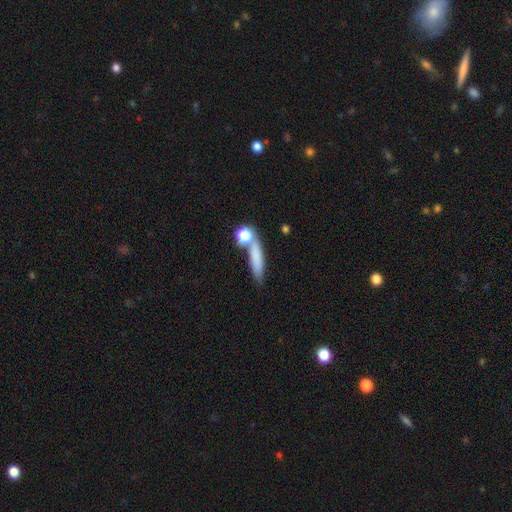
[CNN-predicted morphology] Smooth or featured? smooth (75%)
How rounded? cigar-shaped (65%)
Merging? none (62%)